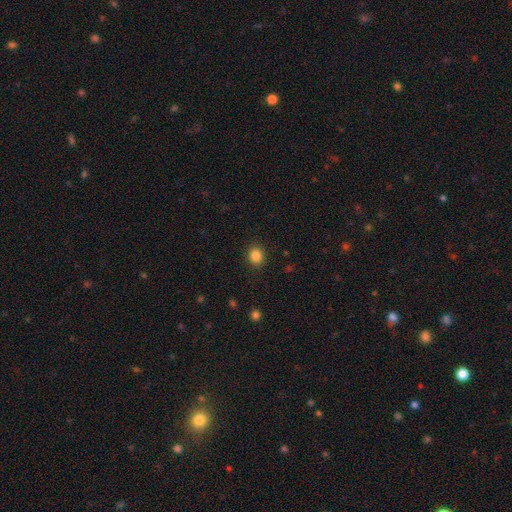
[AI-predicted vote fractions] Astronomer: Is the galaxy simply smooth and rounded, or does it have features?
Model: smooth — 85%.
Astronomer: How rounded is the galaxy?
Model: round — 72%.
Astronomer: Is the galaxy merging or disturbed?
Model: none — 90%.